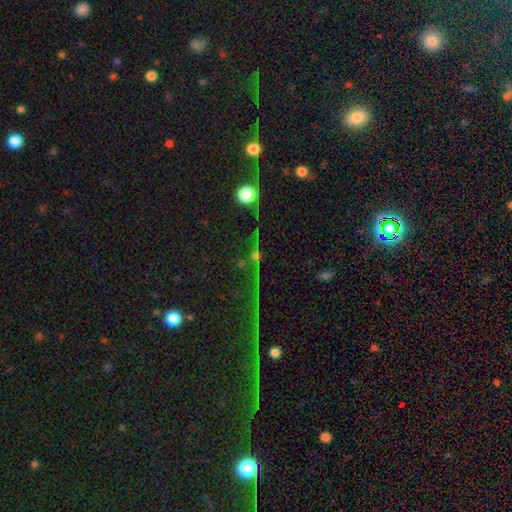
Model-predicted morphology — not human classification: smooth-or-featured: star or artifact: 57% | smooth: 22% | featured or disk: 21%